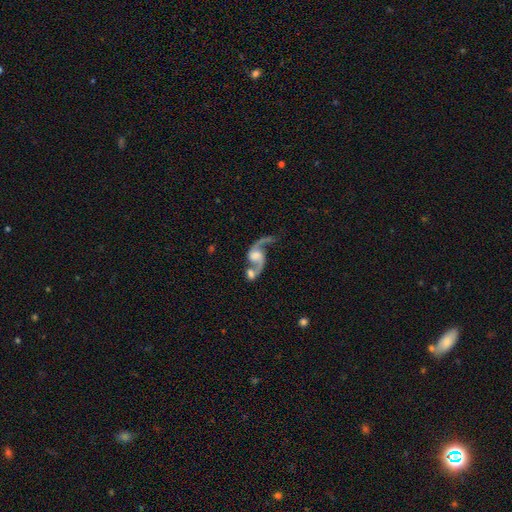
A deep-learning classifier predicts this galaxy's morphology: smooth_or_featured: featured or disk (p=0.86) [alt: smooth p=0.08]
disk_edge_on: no (p=0.97) [alt: yes p=0.03]
bar: no (p=0.54) [alt: weak p=0.36]
has_spiral_arms: yes (p=0.94) [alt: no p=0.06]
spiral_winding: loose (p=0.77) [alt: medium p=0.19]
spiral_arm_count: 2 (p=0.89) [alt: 1 p=0.06]
bulge_size: moderate (p=0.35) [alt: small p=0.28]
merging: merger (p=0.41) [alt: none p=0.33]